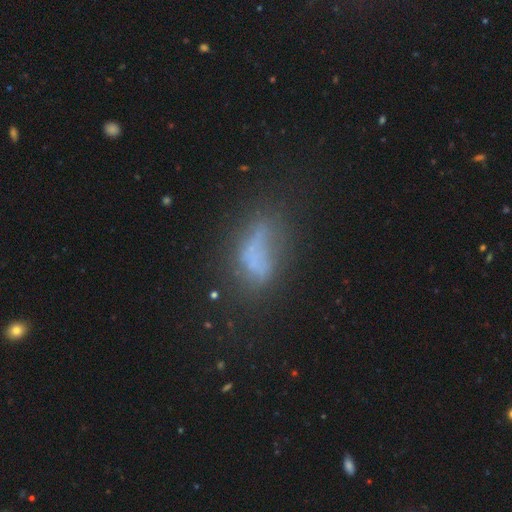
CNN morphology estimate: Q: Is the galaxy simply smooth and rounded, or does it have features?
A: smooth — 51%.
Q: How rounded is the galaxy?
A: in between — 76%.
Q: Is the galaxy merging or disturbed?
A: none — 35%.